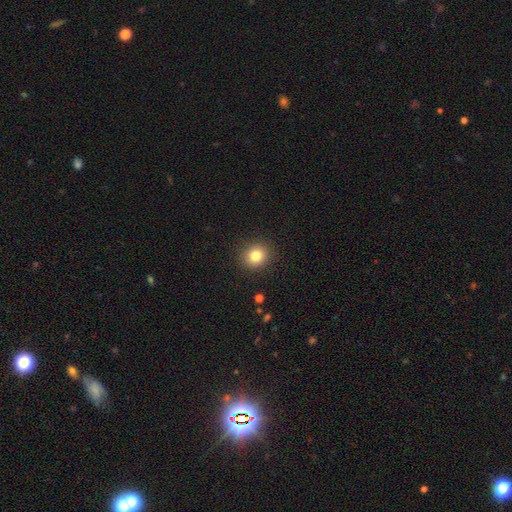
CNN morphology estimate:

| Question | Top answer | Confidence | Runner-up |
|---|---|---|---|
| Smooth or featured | smooth | 82% | star or artifact (11%) |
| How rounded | round | 83% | in between (16%) |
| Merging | none | 91% | minor disturbance (6%) |